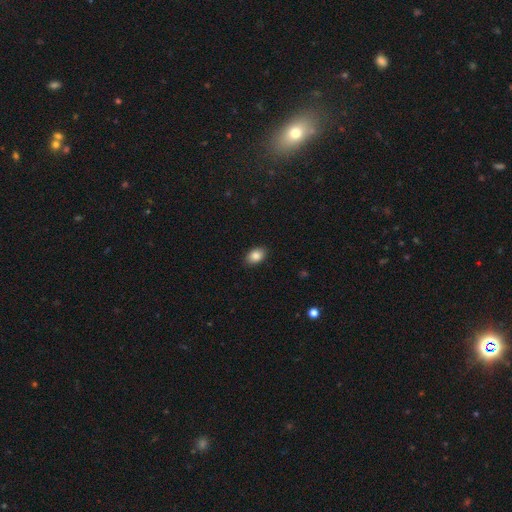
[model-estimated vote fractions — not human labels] This appears to be a smooth galaxy with no disk features (87%) that is in between round and cigar-shaped (82%). Merging: none (89%).